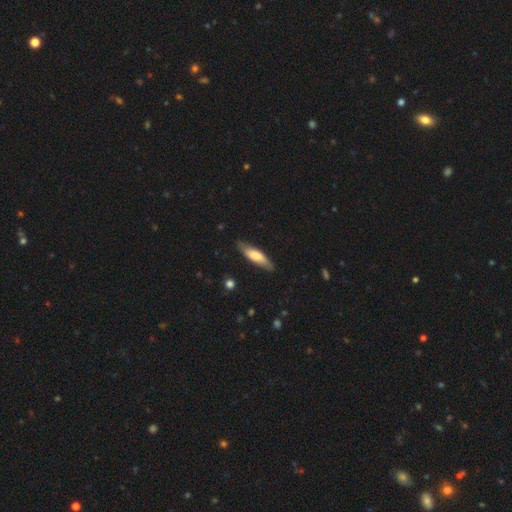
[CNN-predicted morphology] This appears to be a smooth galaxy with no disk features (65%) that is cigar-shaped (66%). Merging: none (82%).